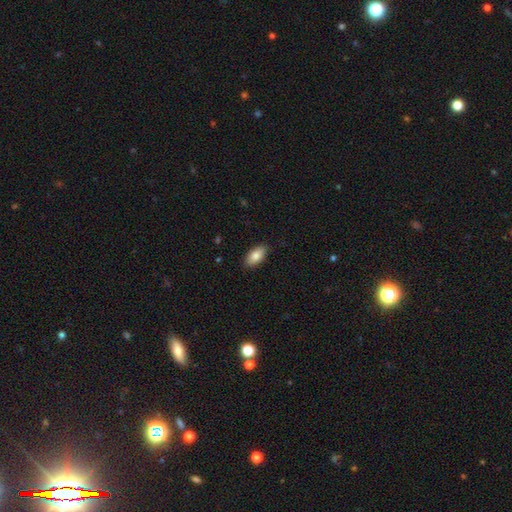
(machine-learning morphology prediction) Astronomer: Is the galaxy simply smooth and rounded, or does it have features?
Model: smooth — 84%.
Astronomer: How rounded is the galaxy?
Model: in between — 92%.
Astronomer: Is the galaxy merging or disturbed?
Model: none — 88%.